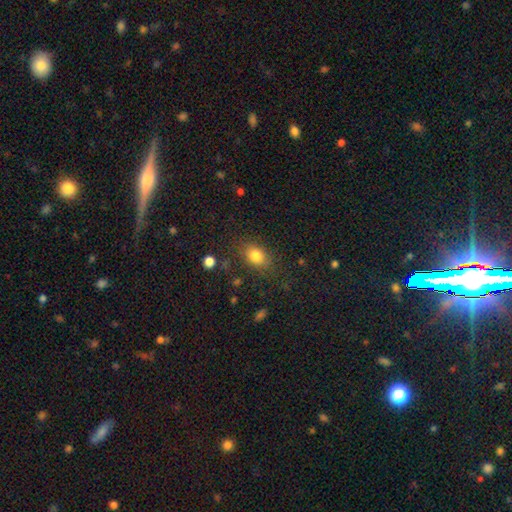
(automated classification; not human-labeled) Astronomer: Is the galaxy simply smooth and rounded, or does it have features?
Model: smooth — 82%.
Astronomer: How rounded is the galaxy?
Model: in between — 73%.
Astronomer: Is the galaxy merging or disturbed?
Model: none — 77%.